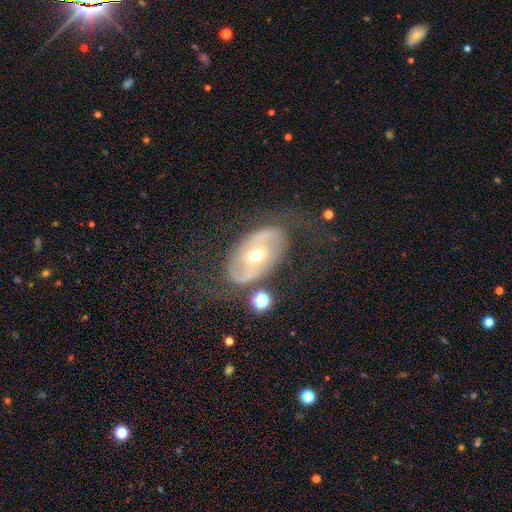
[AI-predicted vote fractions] smooth-or-featured: featured or disk: 72% | smooth: 21% | star or artifact: 7%
  disk-edge-on: no: 93% | yes: 7%
    bar: no: 50% | weak: 31% | strong: 19%
    has-spiral-arms: yes: 66% | no: 34%
    bulge-size: moderate: 70% | small: 22% | large: 5% | dominant: 1% | none: 1%
  merging: none: 64% | minor disturbance: 17% | major disturbance: 15% | merger: 4%